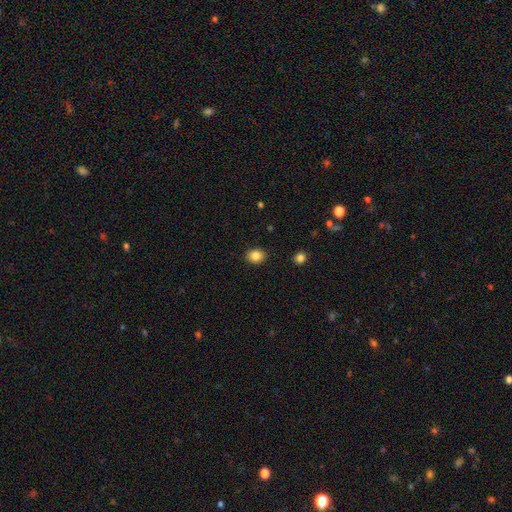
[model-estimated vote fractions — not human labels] Smooth or featured? Predicted: smooth (p=0.85). How rounded? Predicted: round (p=0.52). Merging? Predicted: none (p=0.89).